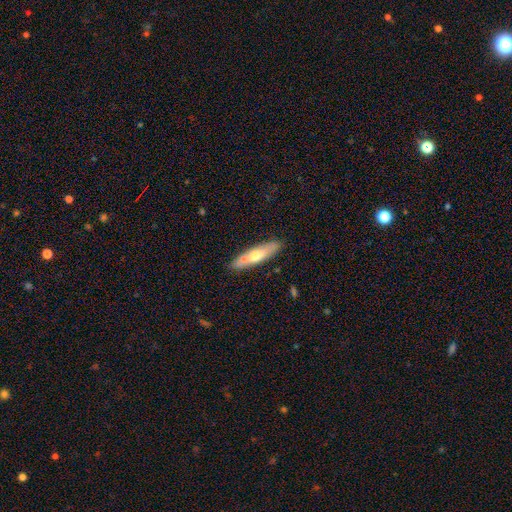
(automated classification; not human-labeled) Smooth or featured: smooth — 54% (featured or disk — 40%)
How rounded: cigar-shaped — 68% (in between — 30%)
Merging: none — 76% (minor disturbance — 13%)